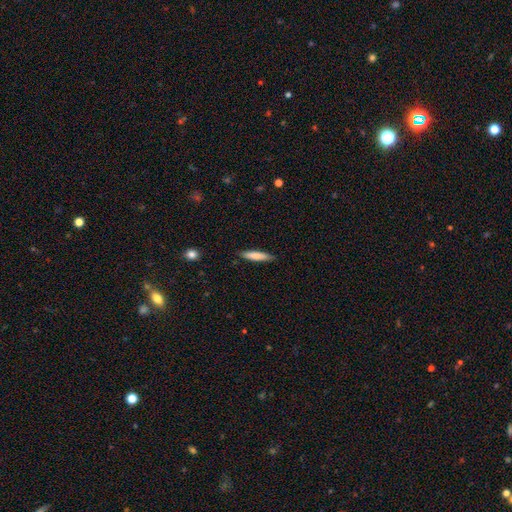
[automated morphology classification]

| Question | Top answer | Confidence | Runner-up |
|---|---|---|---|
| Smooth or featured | smooth | 79% | featured or disk (16%) |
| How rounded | cigar-shaped | 87% | in between (12%) |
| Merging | none | 87% | minor disturbance (10%) |